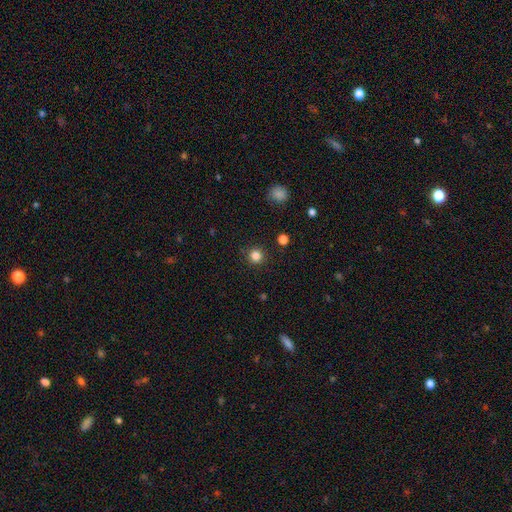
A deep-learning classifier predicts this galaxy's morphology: smooth-or-featured: smooth: 83% | star or artifact: 13% | featured or disk: 4%
  how-rounded: round: 94% | in between: 5% | cigar-shaped: 1%
  merging: none: 90% | minor disturbance: 6% | major disturbance: 2% | merger: 1%